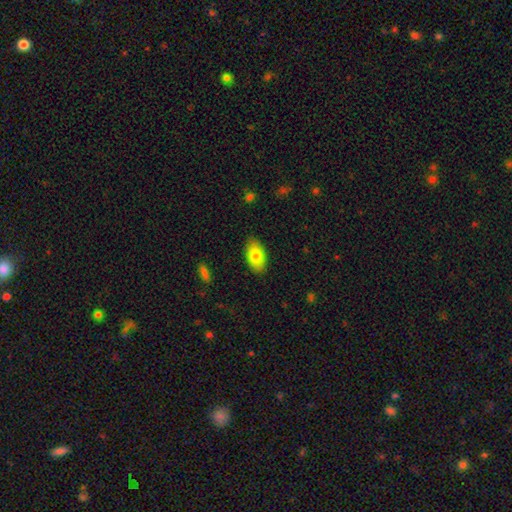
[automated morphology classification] Smooth or featured: smooth — 80% (featured or disk — 13%)
How rounded: in between — 94% (round — 4%)
Merging: none — 86% (minor disturbance — 11%)